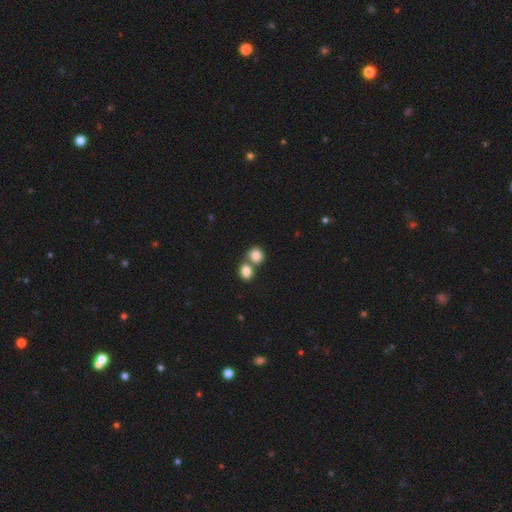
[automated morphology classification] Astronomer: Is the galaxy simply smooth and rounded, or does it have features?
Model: smooth — 83%.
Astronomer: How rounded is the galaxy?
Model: round — 73%.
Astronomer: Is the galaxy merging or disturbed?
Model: merger — 49% (runner-up: none, 42%).